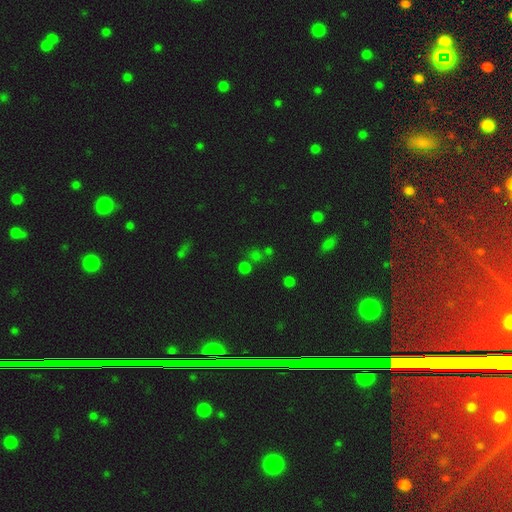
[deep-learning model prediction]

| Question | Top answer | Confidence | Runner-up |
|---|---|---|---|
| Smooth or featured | smooth | 54% | star or artifact (38%) |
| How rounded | round | 84% | in between (15%) |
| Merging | none | 62% | merger (21%) |